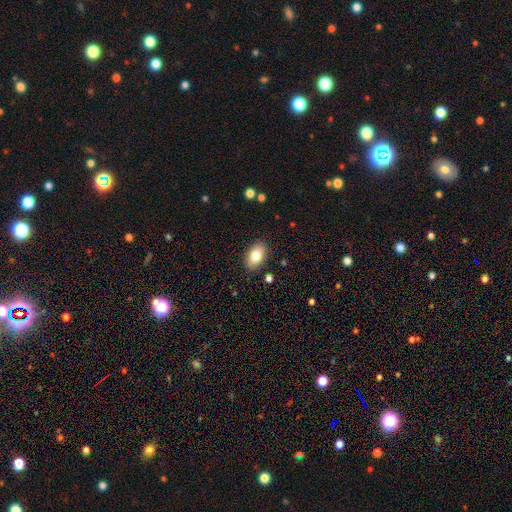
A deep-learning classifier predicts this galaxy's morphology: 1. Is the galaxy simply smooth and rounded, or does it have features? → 80% smooth, 12% featured or disk, 7% star or artifact.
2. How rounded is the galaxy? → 91% in between, 7% round, 2% cigar-shaped.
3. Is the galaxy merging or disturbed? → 87% none, 9% minor disturbance, 2% major disturbance, 1% merger.